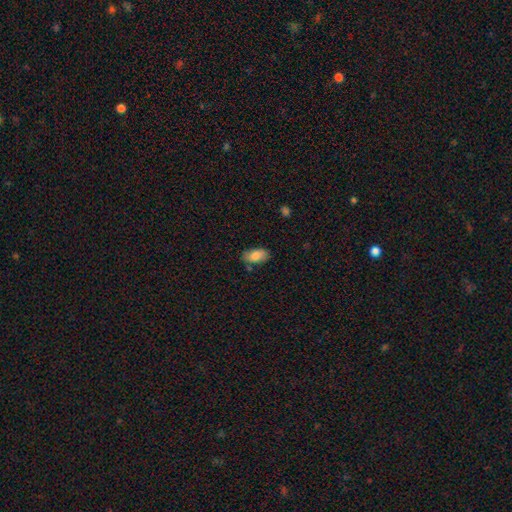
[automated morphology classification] A smooth galaxy with no disk features (83%) that is in between round and cigar-shaped (93%).

Vote fractions:
- Smooth or featured? smooth: 83% / featured or disk: 10% / star or artifact: 7%
- How rounded? in between: 93% / round: 4% / cigar-shaped: 4%
- Merging? none: 77% / minor disturbance: 16% / merger: 3% / major disturbance: 3%